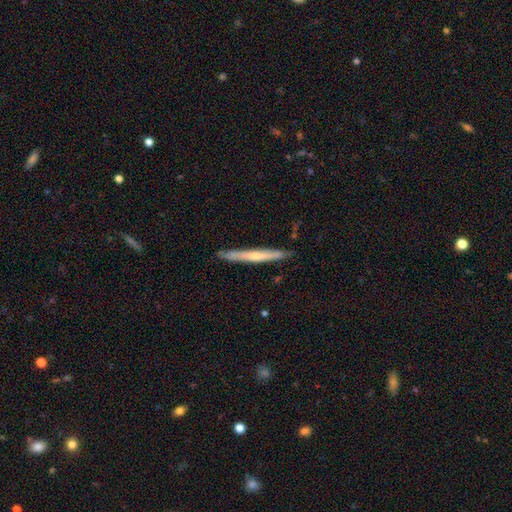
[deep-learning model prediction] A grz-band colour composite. It shows a featured or disk galaxy (56%) viewed edge-on (95%) with a rounded central bulge (56%). Merging: none (87%).